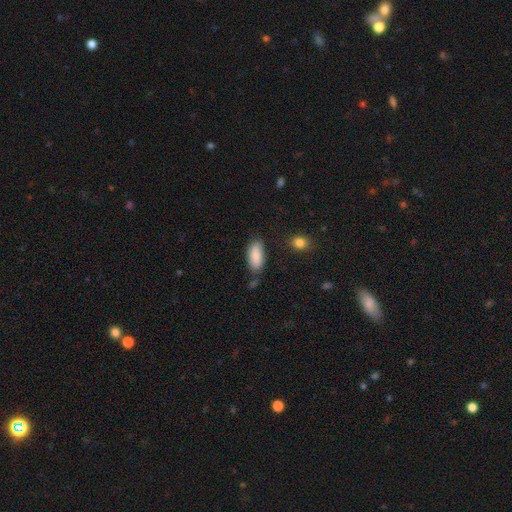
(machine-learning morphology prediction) A smooth galaxy with no disk features (86%) that is in between round and cigar-shaped (87%). Merging: none (74%).